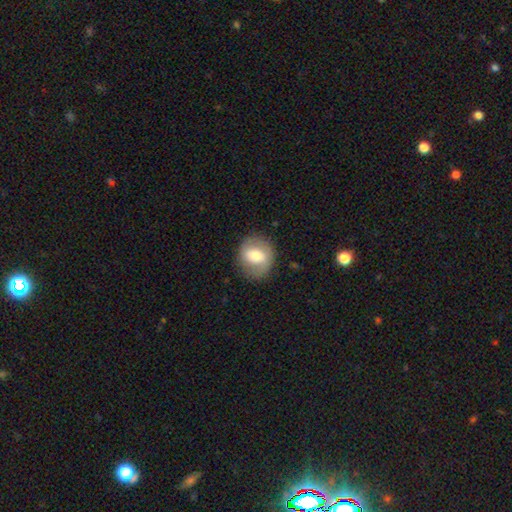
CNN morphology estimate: Smooth or featured? smooth (60%)
How rounded? round (68%)
Merging? none (80%)